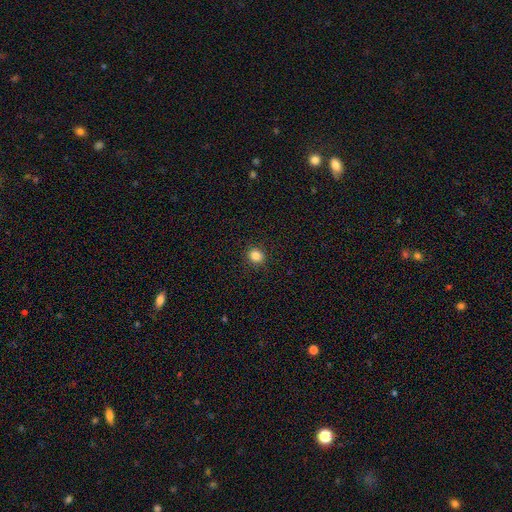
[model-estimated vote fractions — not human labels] Overall: smooth (84%). How rounded: round (82%). Merging: none (90%).